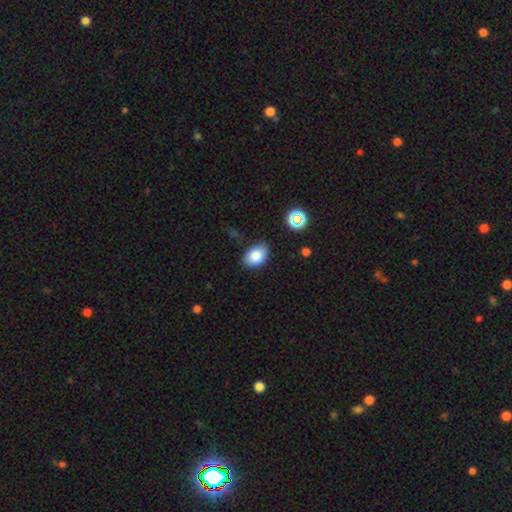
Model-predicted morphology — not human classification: Overall: smooth (84%). How rounded: in between (83%). Merging: none (79%).